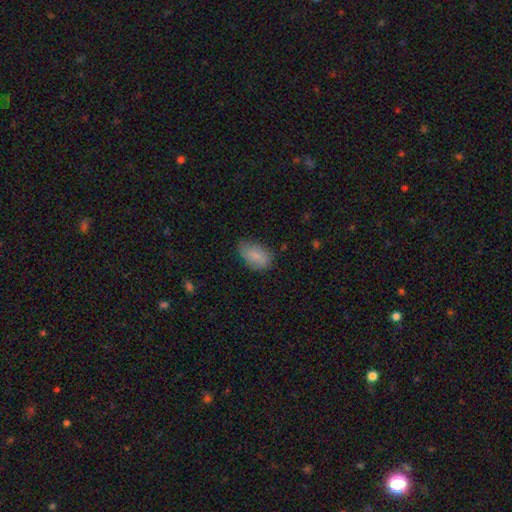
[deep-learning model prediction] This appears to be a smooth galaxy with no disk features (84%) that is in between round and cigar-shaped (92%). Merging: none (68%).